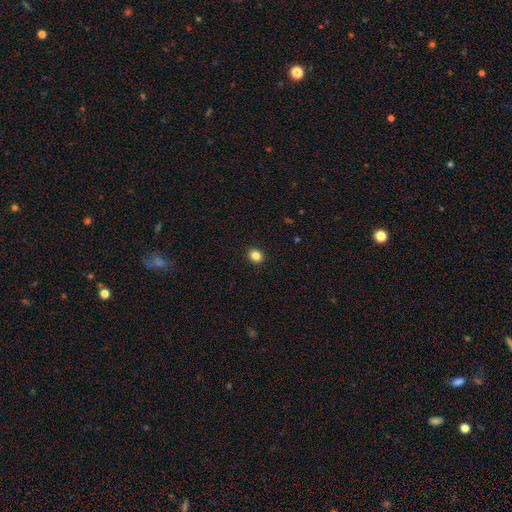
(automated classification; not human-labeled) A smooth galaxy with no disk features (85%) that is round (72%). Merging: none (92%).